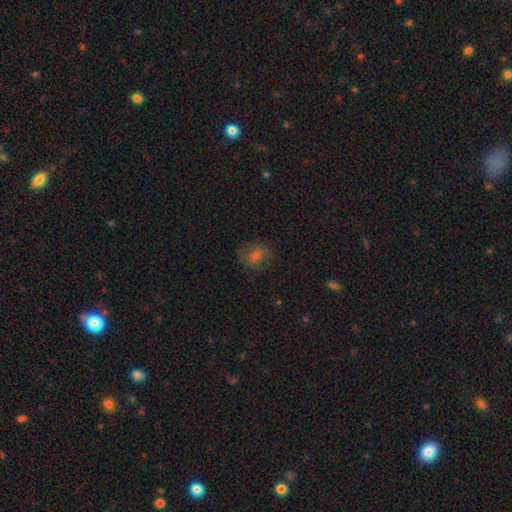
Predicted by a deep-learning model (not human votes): A smooth galaxy with no disk features (62%) that is round (60%). Merging: none (75%).